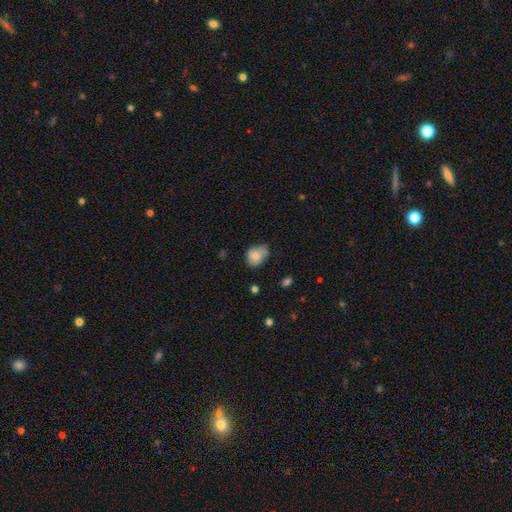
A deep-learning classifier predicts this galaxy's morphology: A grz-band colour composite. It shows a smooth galaxy with no disk features (77%) that is in between round and cigar-shaped (52%). Merging: none (44%).